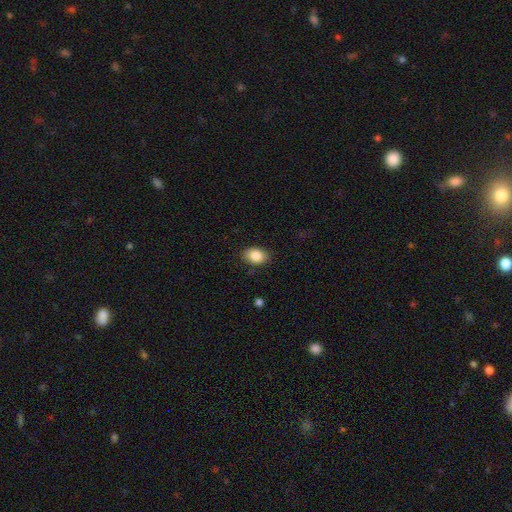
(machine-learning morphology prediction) smooth-or-featured: smooth: 86% | star or artifact: 8% | featured or disk: 6%
  how-rounded: in between: 79% | round: 20% | cigar-shaped: 1%
  merging: none: 86% | minor disturbance: 11% | major disturbance: 3% | merger: 1%